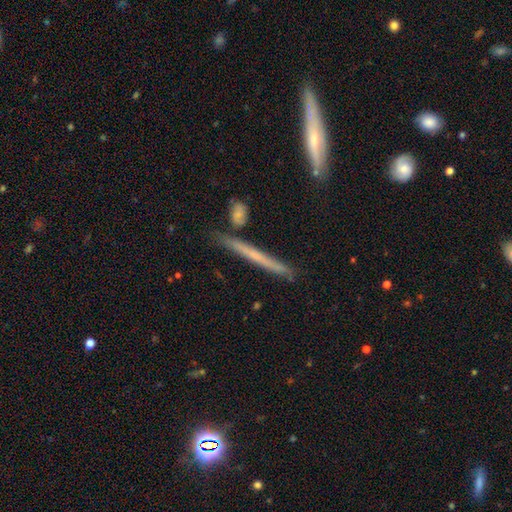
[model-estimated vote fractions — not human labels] Smooth or featured? featured or disk (49%)
Merging? none (81%)